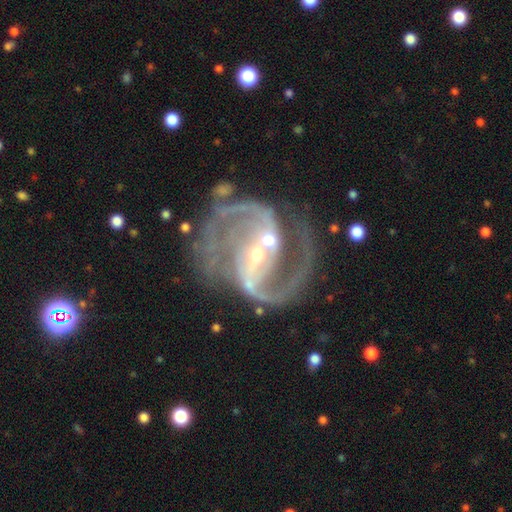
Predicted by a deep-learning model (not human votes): Smooth or featured? Predicted: featured or disk (p=0.91). Edge-on disk? Predicted: no (p=0.98). Bar? Predicted: strong (p=0.47). Spiral arms? Predicted: yes (p=0.98). Spiral winding? Predicted: medium (p=0.59). Spiral arm count? Predicted: 2 (p=0.87). Bulge size? Predicted: small (p=0.68). Merging? Predicted: none (p=0.54).